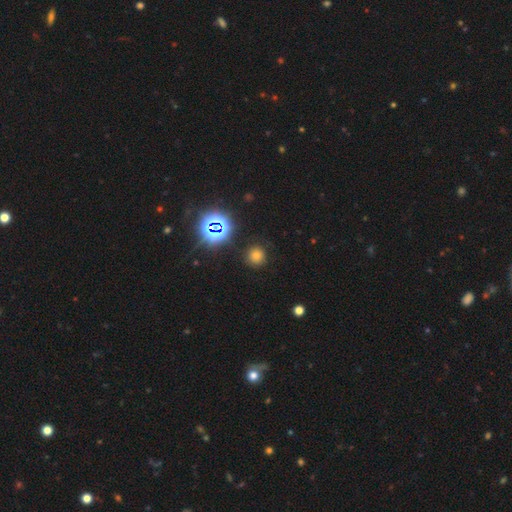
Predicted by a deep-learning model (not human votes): smooth_or_featured: smooth (p=0.67) [alt: star or artifact p=0.25]
how_rounded: round (p=0.93) [alt: in between p=0.06]
merging: none (p=0.87) [alt: minor disturbance p=0.08]